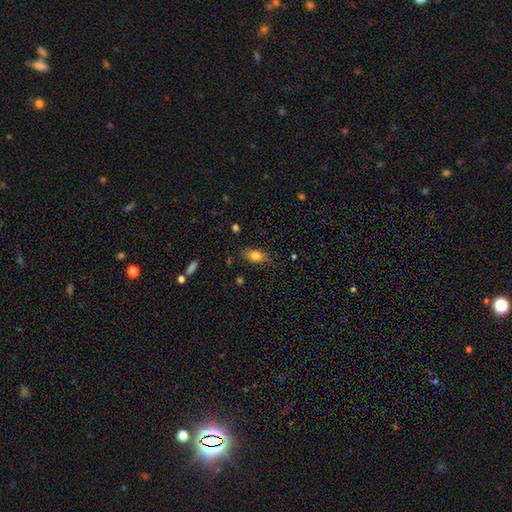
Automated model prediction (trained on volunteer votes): This is likely a smooth galaxy (79%). How rounded: clearly in between (82%). Merging: likely none (75%).